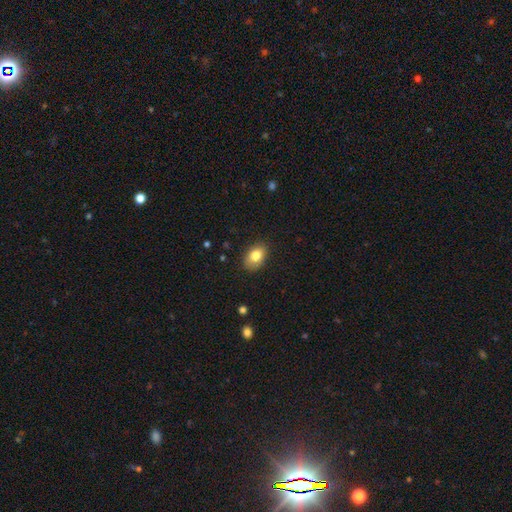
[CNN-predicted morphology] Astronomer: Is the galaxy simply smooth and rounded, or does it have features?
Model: smooth — 81%.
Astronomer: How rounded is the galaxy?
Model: in between — 82%.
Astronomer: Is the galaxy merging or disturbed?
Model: none — 83%.